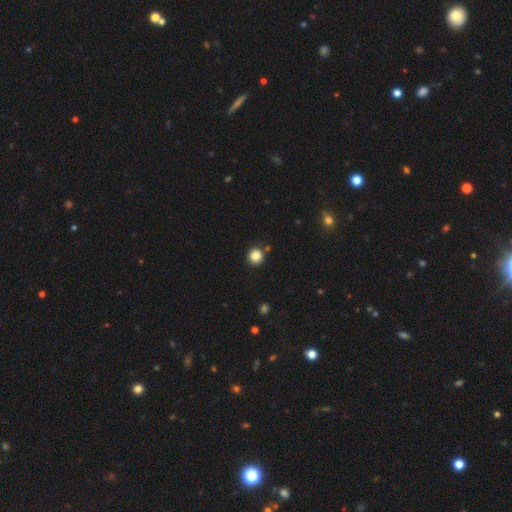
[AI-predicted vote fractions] smooth 85%, star or artifact 11%, featured or disk 4%. Down the decision tree: how rounded — round (95%); merging — none (88%).